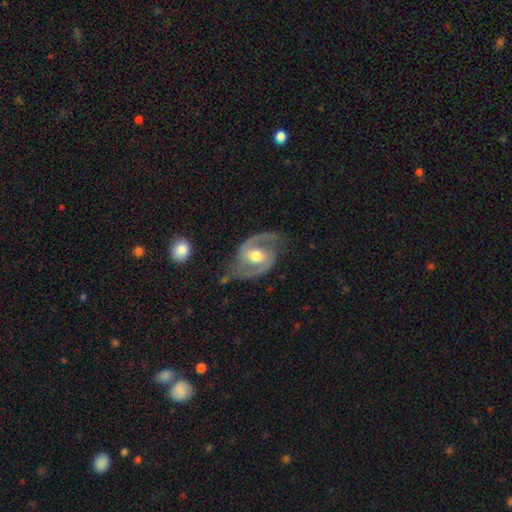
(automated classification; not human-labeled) The model was most divided on "bar": weak: 42%, no: 38%, strong: 21%. More confident: edge-on disk — no (97%); spiral arms — yes (97%); spiral arm count — 2 (93%); smooth or featured — featured or disk (90%); merging — none (76%); bulge size — moderate (75%); spiral winding — medium (59%).